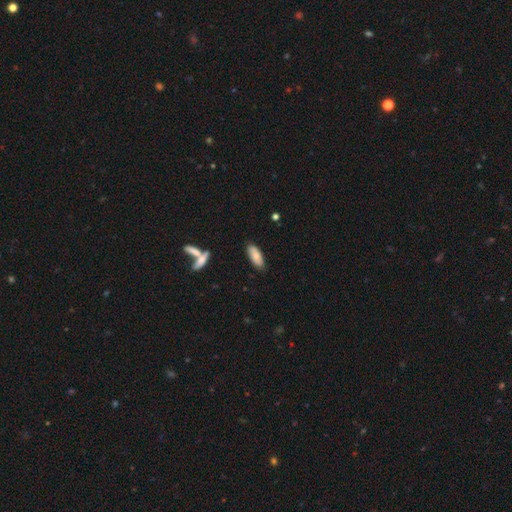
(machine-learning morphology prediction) Smooth or featured? Predicted: smooth (p=0.75). How rounded? Predicted: in between (p=0.77). Merging? Predicted: none (p=0.80).